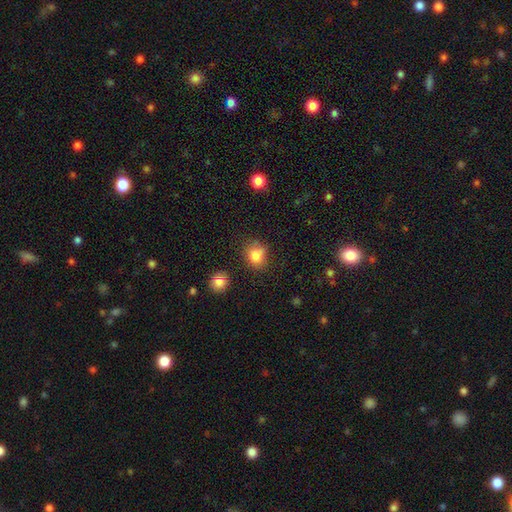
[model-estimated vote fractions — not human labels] The model was most divided on "how rounded": round: 61%, in between: 38%, cigar-shaped: 1%. More confident: smooth or featured — smooth (80%); merging — none (64%).